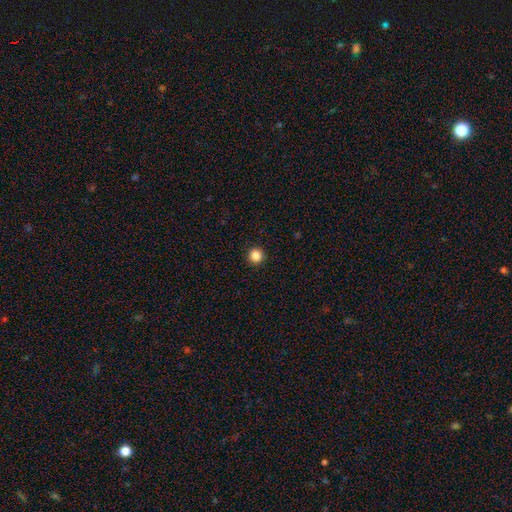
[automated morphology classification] type=smooth (86%); roundness=round (95%); merging=none (93%).